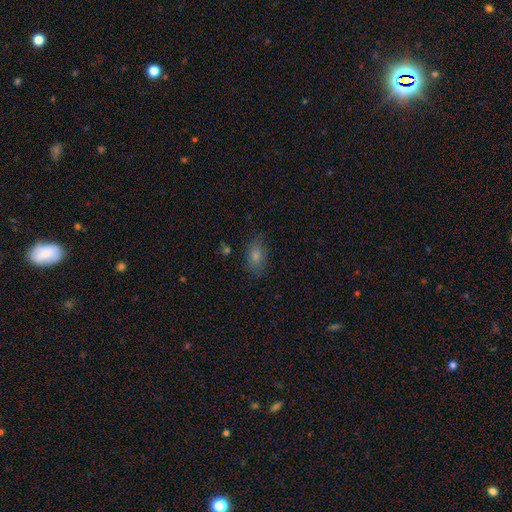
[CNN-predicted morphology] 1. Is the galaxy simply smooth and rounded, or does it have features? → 69% smooth, 18% star or artifact, 13% featured or disk.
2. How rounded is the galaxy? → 81% in between, 13% round, 5% cigar-shaped.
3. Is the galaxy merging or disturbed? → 82% none, 13% minor disturbance, 3% major disturbance, 2% merger.